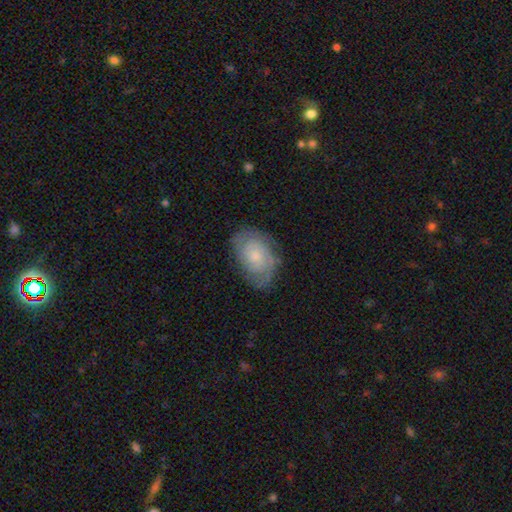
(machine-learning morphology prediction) type=featured or disk (65%); edge-on=no (96%); bar=no (78%); spiral arms=yes (88%); winding=tight (64%); arm count=2 (42%); bulge=small (59%); merging=none (72%).